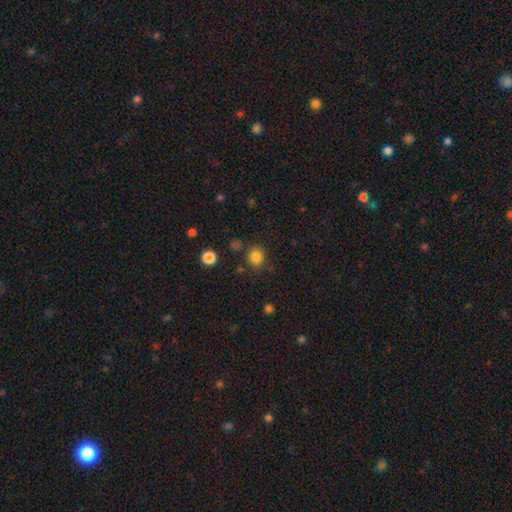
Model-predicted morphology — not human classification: This is clearly a smooth galaxy (82%). How rounded: clearly round (85%). Merging: clearly none (82%).